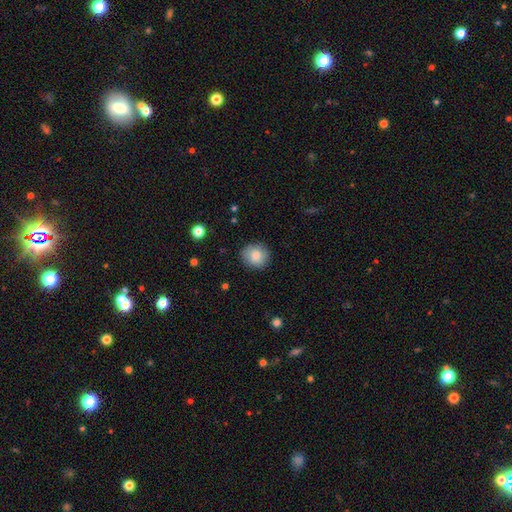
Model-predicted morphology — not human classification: Smooth or featured? Predicted: smooth (p=0.82). How rounded? Predicted: round (p=0.84). Merging? Predicted: none (p=0.86).